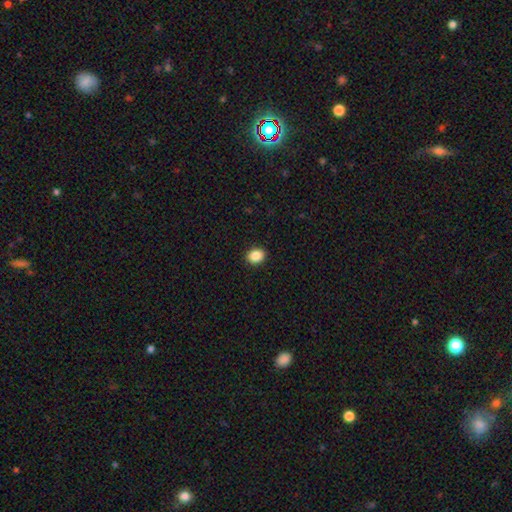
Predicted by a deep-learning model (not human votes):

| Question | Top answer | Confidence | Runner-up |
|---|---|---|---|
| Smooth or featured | smooth | 87% | star or artifact (9%) |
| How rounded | round | 54% | in between (45%) |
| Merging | none | 92% | minor disturbance (6%) |